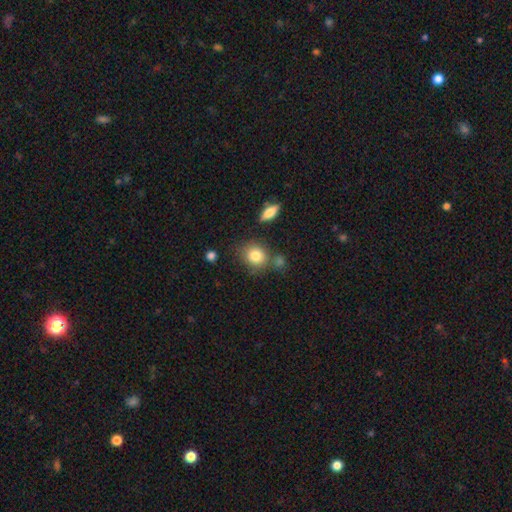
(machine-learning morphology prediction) smooth_or_featured: smooth (p=0.82) [alt: star or artifact p=0.10]
how_rounded: round (p=0.68) [alt: in between p=0.30]
merging: none (p=0.69) [alt: minor disturbance p=0.14]